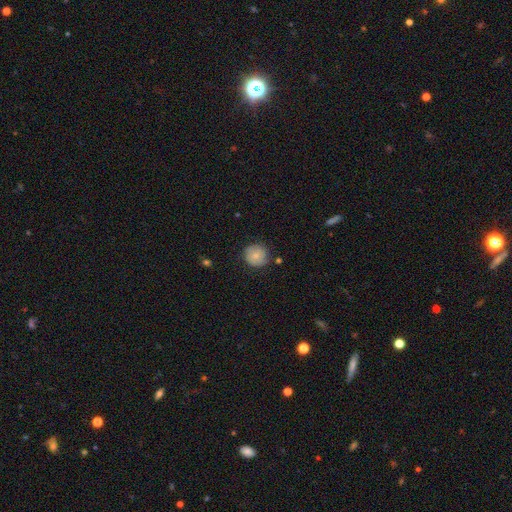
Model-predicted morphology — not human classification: This appears to be a smooth galaxy with no disk features (74%) that is round (91%). Merging: none (76%).